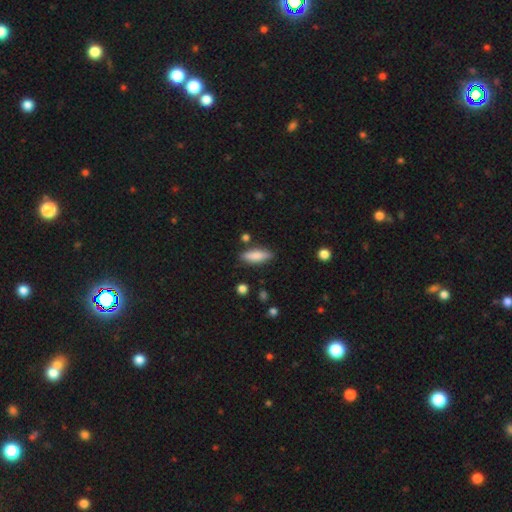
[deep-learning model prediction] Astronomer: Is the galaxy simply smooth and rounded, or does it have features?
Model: smooth — 78%.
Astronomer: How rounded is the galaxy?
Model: in between — 50% (runner-up: cigar-shaped, 48%).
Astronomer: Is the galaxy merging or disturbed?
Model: none — 82%.